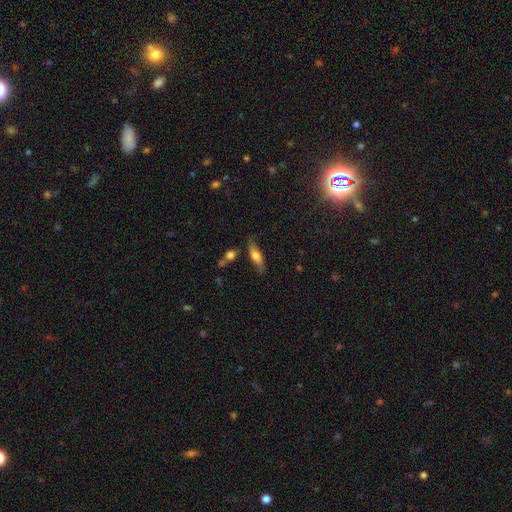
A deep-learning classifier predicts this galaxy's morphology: Smooth or featured? smooth (55%)
How rounded? in between (50%)
Merging? none (66%)